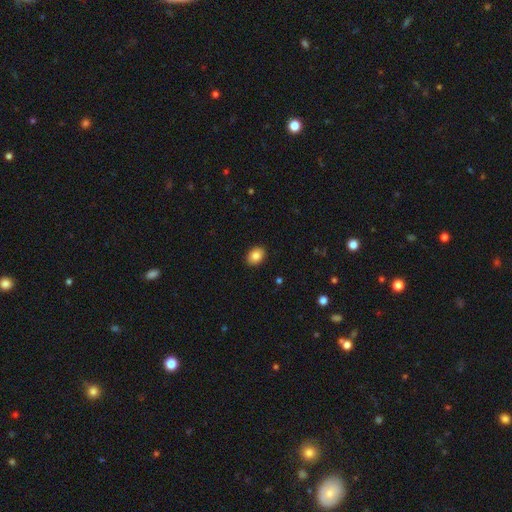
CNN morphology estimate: This appears to be a smooth galaxy with no disk features (85%) that is in between round and cigar-shaped (68%). Merging: none (90%).